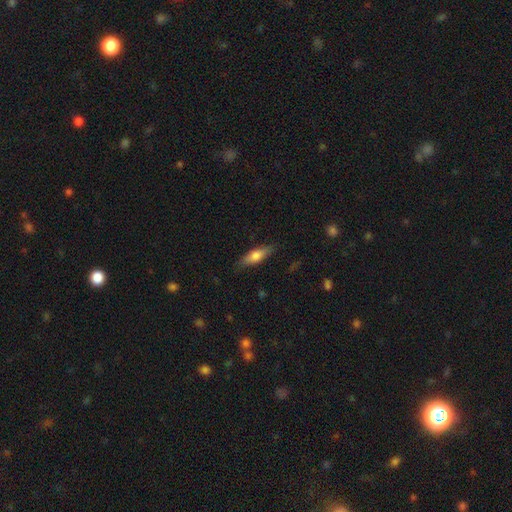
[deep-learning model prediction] Morphology: type=smooth (65%); roundness=in between (50%); merging=none (83%).